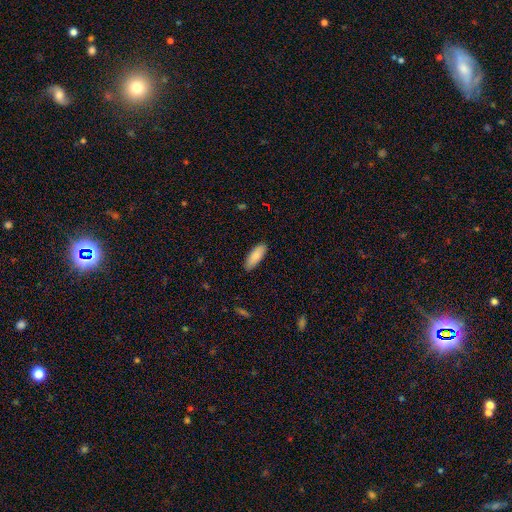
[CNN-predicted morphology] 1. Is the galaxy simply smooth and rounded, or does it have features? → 87% smooth, 8% featured or disk, 6% star or artifact.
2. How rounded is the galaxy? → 68% in between, 31% cigar-shaped, 1% round.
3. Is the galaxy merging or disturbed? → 88% none, 10% minor disturbance, 2% major disturbance, 1% merger.